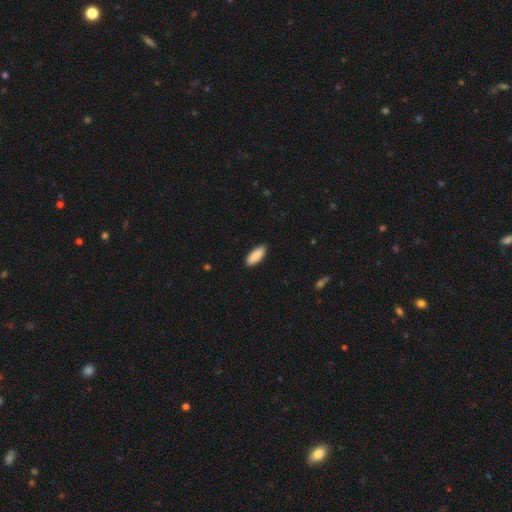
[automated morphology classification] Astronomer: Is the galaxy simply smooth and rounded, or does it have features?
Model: smooth — 89%.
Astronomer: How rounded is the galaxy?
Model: in between — 75%.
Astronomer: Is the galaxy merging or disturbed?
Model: none — 89%.